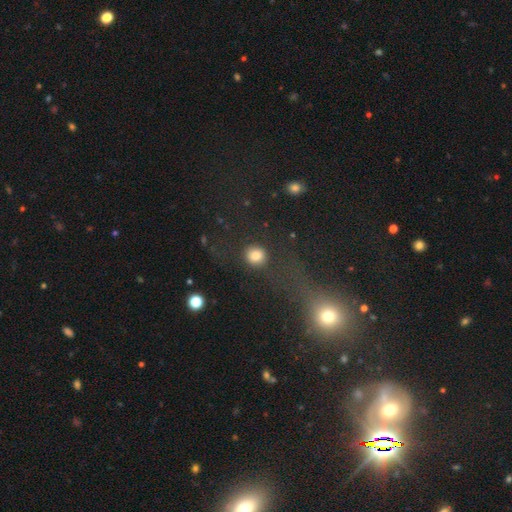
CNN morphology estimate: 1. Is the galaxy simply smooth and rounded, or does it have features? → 83% smooth, 11% star or artifact, 7% featured or disk.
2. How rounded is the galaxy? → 87% round, 12% in between, 1% cigar-shaped.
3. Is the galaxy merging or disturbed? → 83% none, 8% minor disturbance, 5% major disturbance, 4% merger.